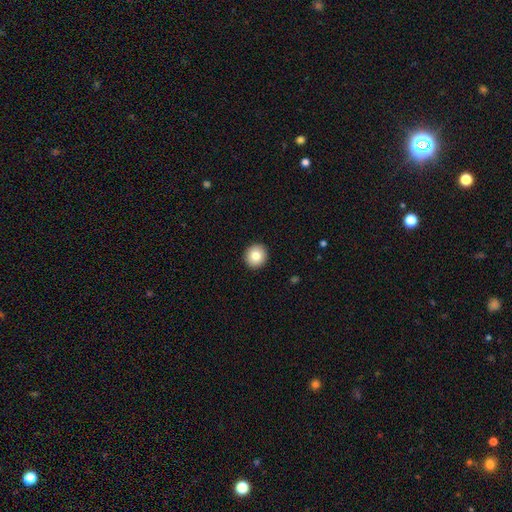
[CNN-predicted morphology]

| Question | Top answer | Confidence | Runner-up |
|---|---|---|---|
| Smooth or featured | smooth | 83% | star or artifact (9%) |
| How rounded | round | 92% | in between (7%) |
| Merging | none | 93% | minor disturbance (5%) |